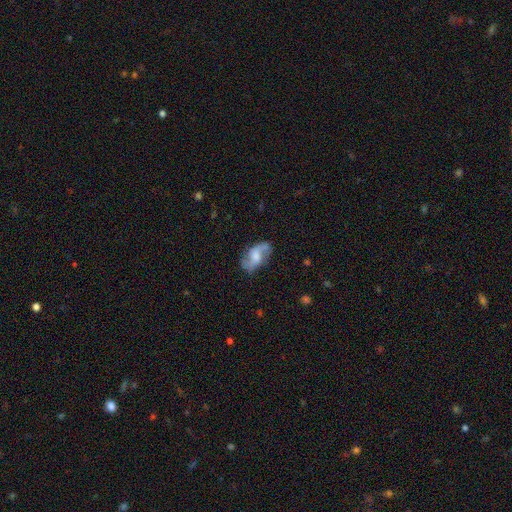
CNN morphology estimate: A featured or disk galaxy (70%) with no bar (46%), 2 (88%) loose (57%) spiral arms (92%) and a moderate central bulge (43%).

Vote fractions:
- Smooth or featured? featured or disk: 70% / smooth: 23% / star or artifact: 7%
- Edge-on disk? no: 96% / yes: 4%
- Bar? no: 46% / weak: 43% / strong: 11%
- Spiral arms? yes: 92% / no: 8%
- Spiral winding? loose: 57% / medium: 34% / tight: 9%
- Spiral arm count? 2: 88% / can't tell: 5% / 1: 2% / 3: 2% / 4: 1% / more than 4: 1%
- Bulge size? moderate: 43% / small: 23% / large: 18% / none: 15% / dominant: 2%
- Merging? none: 72% / minor disturbance: 19% / major disturbance: 8% / merger: 2%